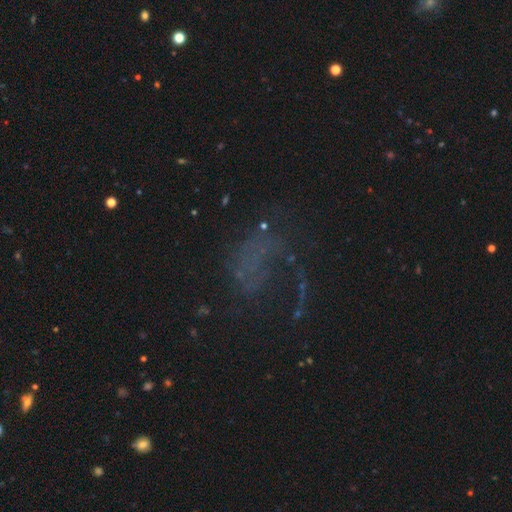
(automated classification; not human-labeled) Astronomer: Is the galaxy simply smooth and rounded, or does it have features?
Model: featured or disk — 42% (runner-up: star or artifact, 36%).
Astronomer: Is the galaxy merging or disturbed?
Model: major disturbance — 42% (runner-up: none, 40%).